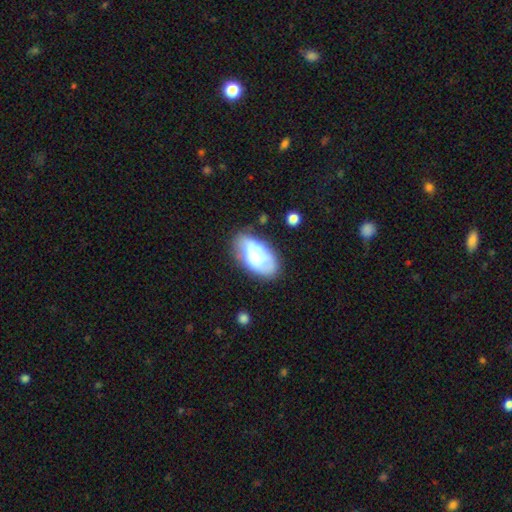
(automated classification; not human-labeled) Q: Smooth or featured?
A: smooth (64%); runner-up: featured or disk (29%)
Q: How rounded?
A: in between (94%); runner-up: round (4%)
Q: Merging?
A: none (59%); runner-up: minor disturbance (26%)